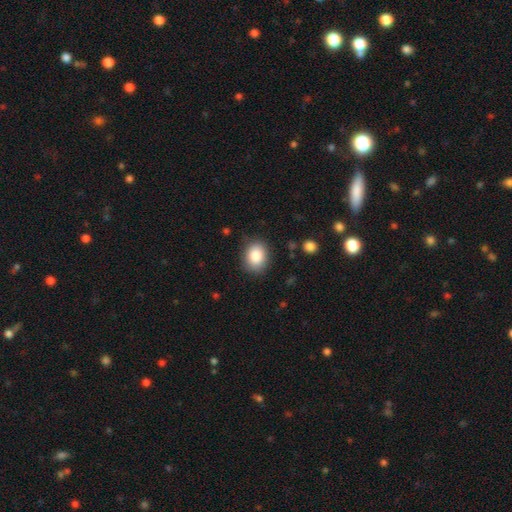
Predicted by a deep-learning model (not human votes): Smooth or featured? smooth (86%)
How rounded? in between (58%)
Merging? none (84%)